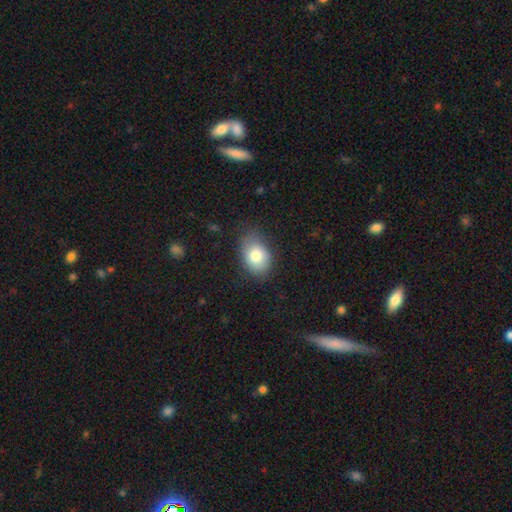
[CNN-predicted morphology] smooth 80%, featured or disk 12%, star or artifact 8%. Down the decision tree: how rounded — in between (78%); merging — none (71%).